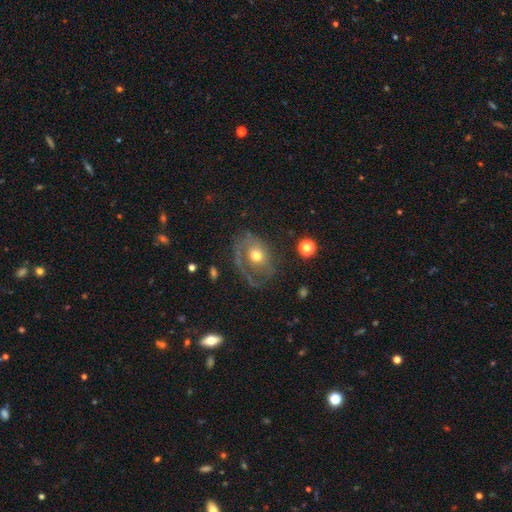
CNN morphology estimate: Smooth or featured? Predicted: featured or disk (p=0.48). Merging? Predicted: none (p=0.50).